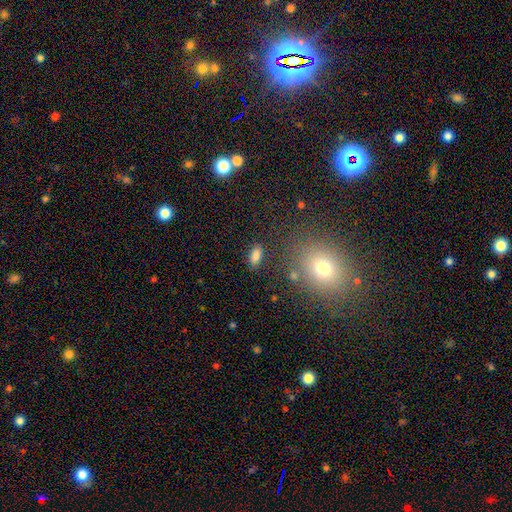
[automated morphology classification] A smooth galaxy with no disk features (83%) that is in between round and cigar-shaped (85%).

Vote fractions:
- Smooth or featured? smooth: 83% / star or artifact: 10% / featured or disk: 7%
- How rounded? in between: 85% / cigar-shaped: 11% / round: 4%
- Merging? none: 83% / minor disturbance: 10% / major disturbance: 4% / merger: 3%